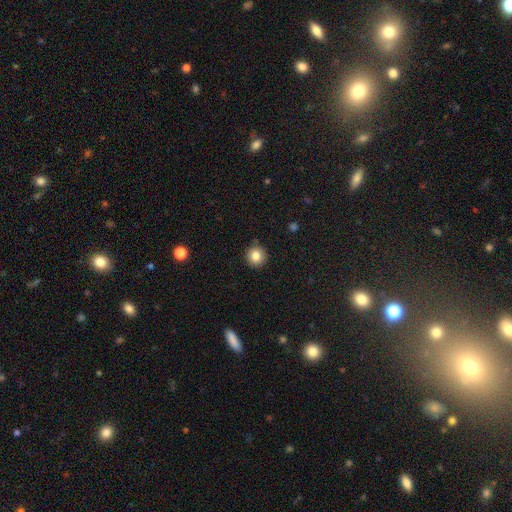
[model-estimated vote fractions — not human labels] Smooth or featured? Predicted: smooth (p=0.83). How rounded? Predicted: round (p=0.94). Merging? Predicted: none (p=0.89).